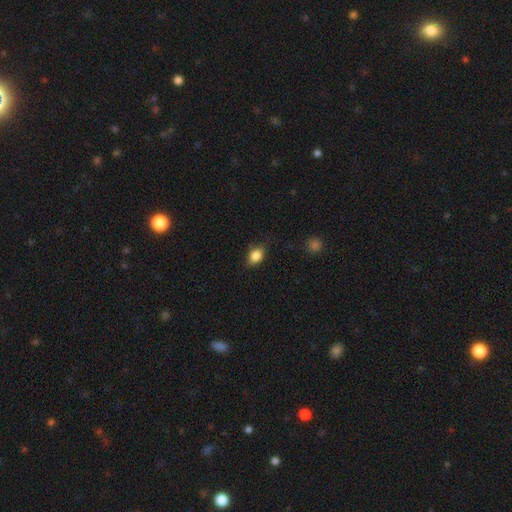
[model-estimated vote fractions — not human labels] A smooth galaxy with no disk features (85%) that is in between round and cigar-shaped (76%). Merging: none (78%).